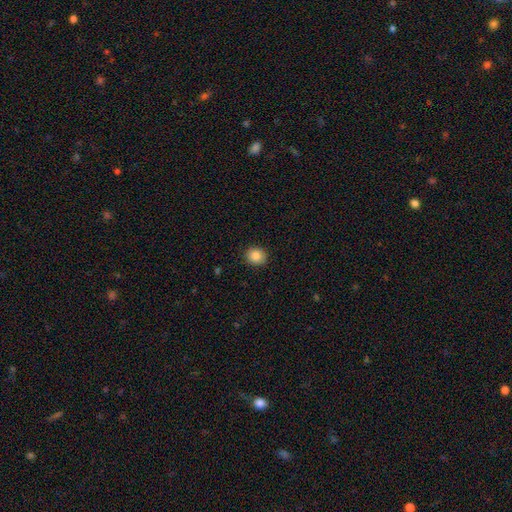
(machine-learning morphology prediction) This appears to be a smooth galaxy with no disk features (86%) that is round (81%). Merging: none (91%).